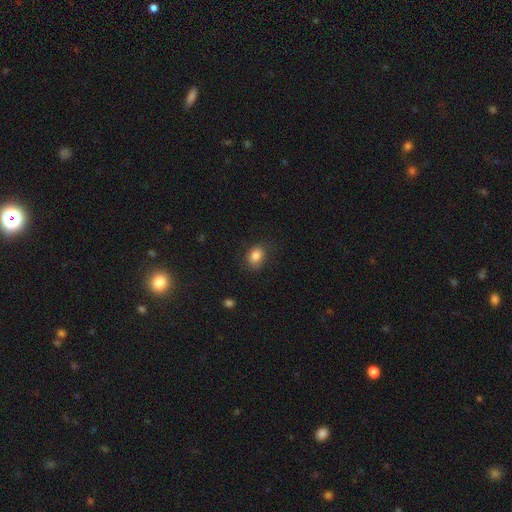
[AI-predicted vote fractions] A smooth galaxy with no disk features (84%) that is in between round and cigar-shaped (57%). Merging: none (76%).